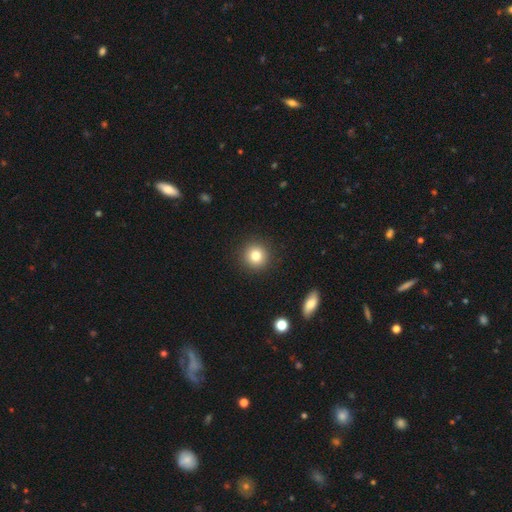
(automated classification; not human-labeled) Smooth or featured? Predicted: smooth (p=0.81). How rounded? Predicted: round (p=0.94). Merging? Predicted: none (p=0.91).